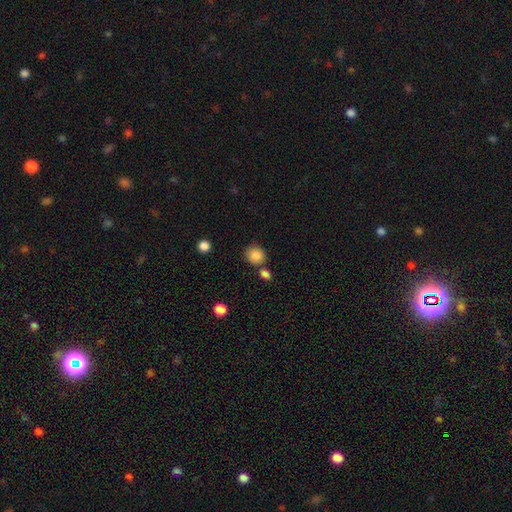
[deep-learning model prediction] Morphology: type=smooth (86%); roundness=round (84%); merging=none (72%).